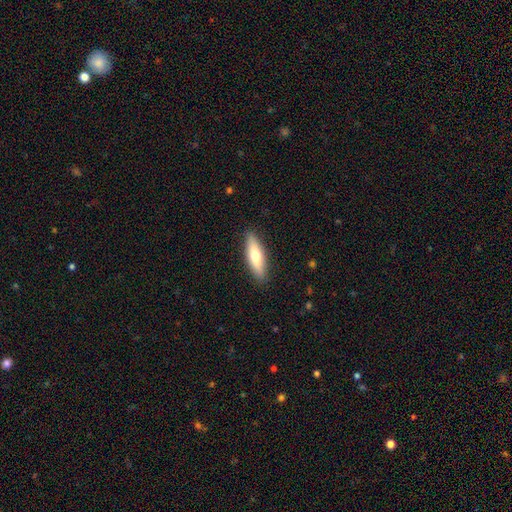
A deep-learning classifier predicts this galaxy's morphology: Smooth or featured? smooth (67%)
How rounded? cigar-shaped (57%)
Merging? none (89%)